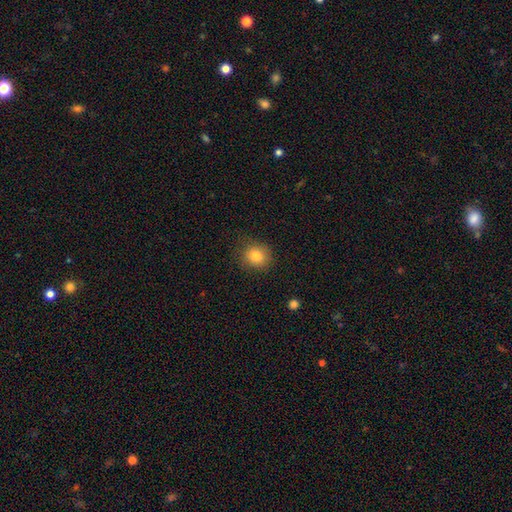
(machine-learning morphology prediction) Smooth or featured: smooth — 82% (star or artifact — 11%)
How rounded: round — 77% (in between — 22%)
Merging: none — 85% (minor disturbance — 10%)